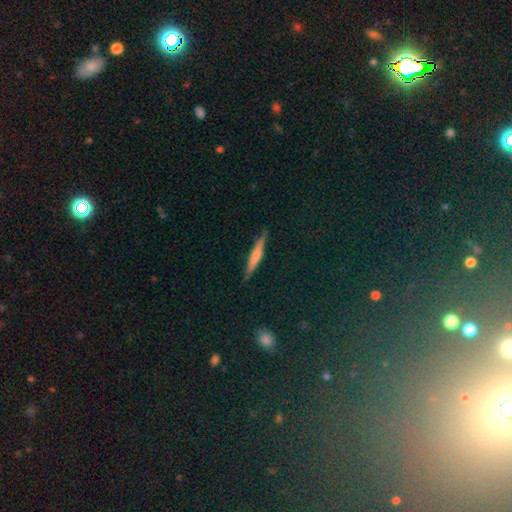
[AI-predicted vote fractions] smooth_or_featured: smooth (p=0.55) [alt: featured or disk p=0.38]
how_rounded: cigar-shaped (p=0.92) [alt: in between p=0.06]
merging: none (p=0.85) [alt: minor disturbance p=0.11]